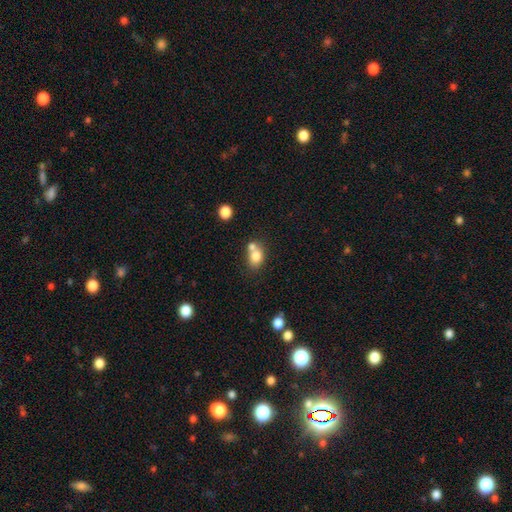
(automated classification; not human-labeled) smooth-or-featured: smooth: 79% | featured or disk: 12% | star or artifact: 10%
  how-rounded: in between: 58% | round: 41% | cigar-shaped: 1%
  merging: merger: 43% | none: 42% | minor disturbance: 11% | major disturbance: 4%